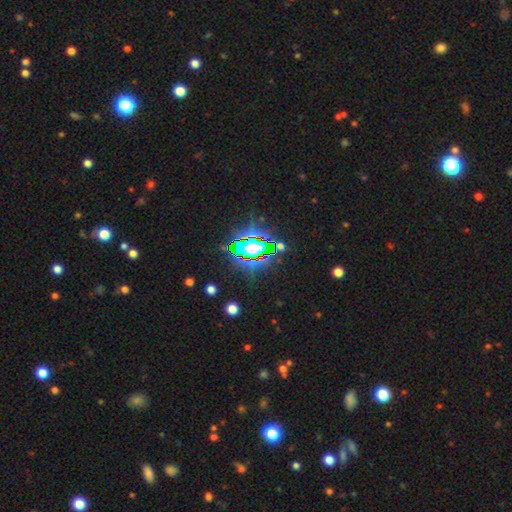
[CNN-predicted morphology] Overall: star or artifact (82%).